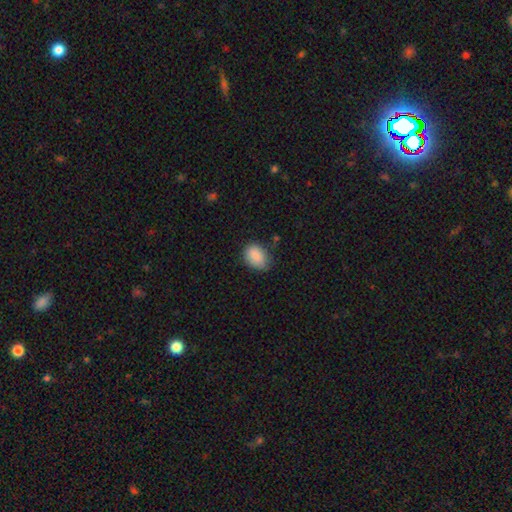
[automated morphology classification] This appears to be a smooth galaxy with no disk features (88%) that is in between round and cigar-shaped (72%). Merging: none (69%).